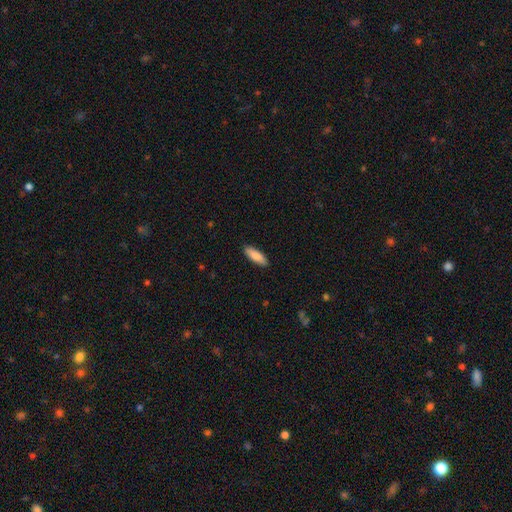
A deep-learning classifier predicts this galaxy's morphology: smooth-or-featured: smooth: 86% | featured or disk: 8% | star or artifact: 5%
  how-rounded: in between: 52% | cigar-shaped: 46% | round: 2%
  merging: none: 89% | minor disturbance: 8% | major disturbance: 2% | merger: 1%